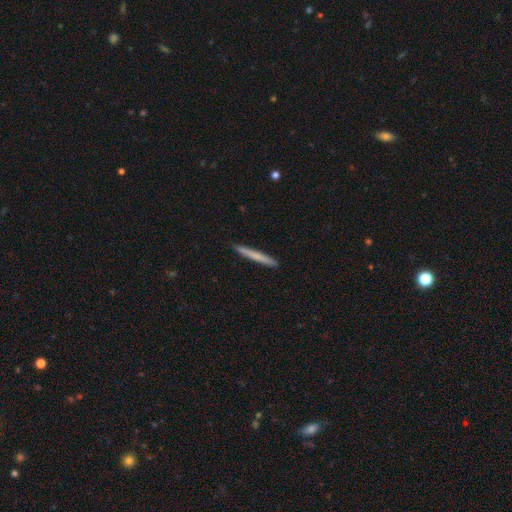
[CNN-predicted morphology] Overall: smooth (65%; featured or disk 30%). How rounded: cigar-shaped (97%). Merging: none (92%).